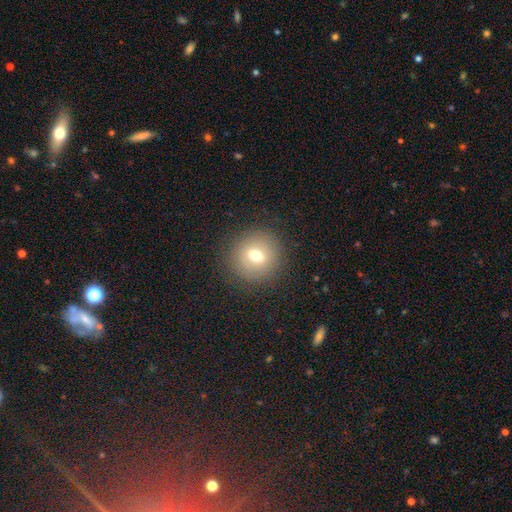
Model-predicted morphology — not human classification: A smooth galaxy with no disk features (67%) that is round (91%). Merging: none (87%).